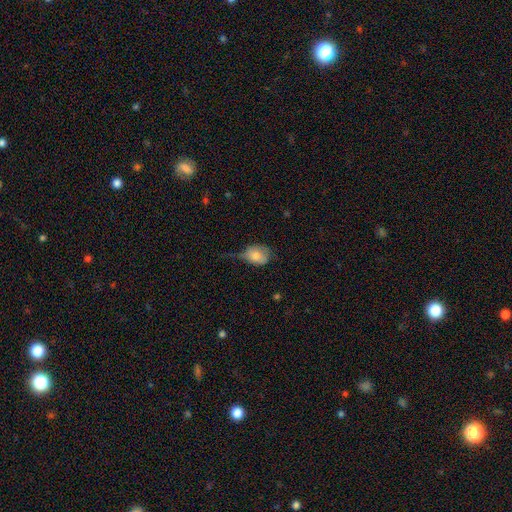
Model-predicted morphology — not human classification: smooth_or_featured: smooth (p=0.73) [alt: featured or disk p=0.19]
how_rounded: in between (p=0.62) [alt: round p=0.37]
merging: minor disturbance (p=0.42) [alt: none p=0.30]